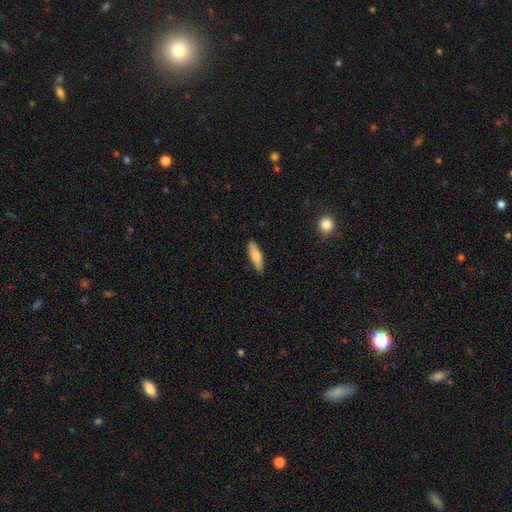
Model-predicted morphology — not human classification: Smooth or featured: smooth — 77% (featured or disk — 17%)
How rounded: cigar-shaped — 58% (in between — 40%)
Merging: none — 87% (minor disturbance — 10%)